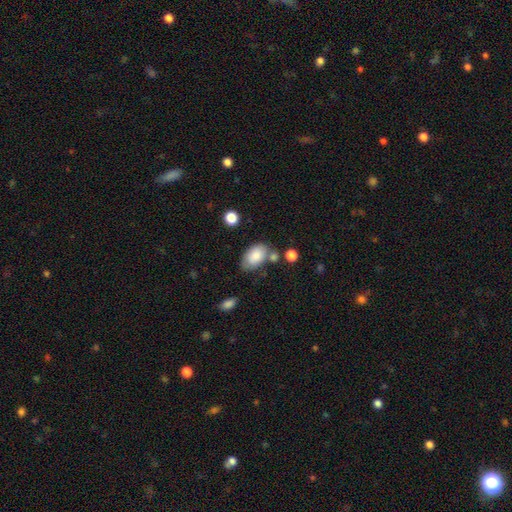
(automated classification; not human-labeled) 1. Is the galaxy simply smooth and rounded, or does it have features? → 82% smooth, 11% featured or disk, 7% star or artifact.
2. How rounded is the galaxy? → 91% in between, 7% round, 1% cigar-shaped.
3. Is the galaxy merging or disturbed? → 58% none, 22% minor disturbance, 13% merger, 7% major disturbance.